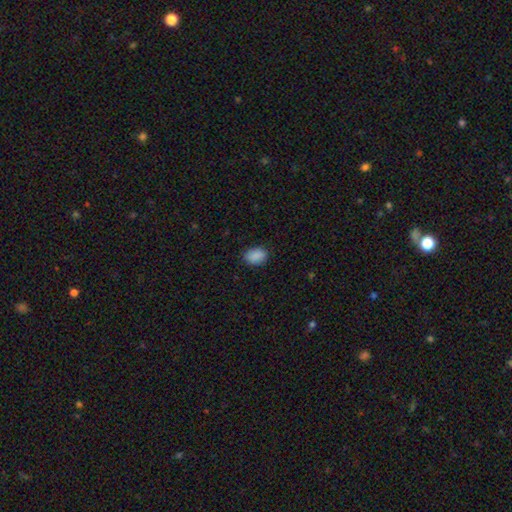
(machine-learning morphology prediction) Smooth or featured: smooth — 89% (star or artifact — 8%)
How rounded: in between — 81% (round — 18%)
Merging: none — 86% (minor disturbance — 11%)